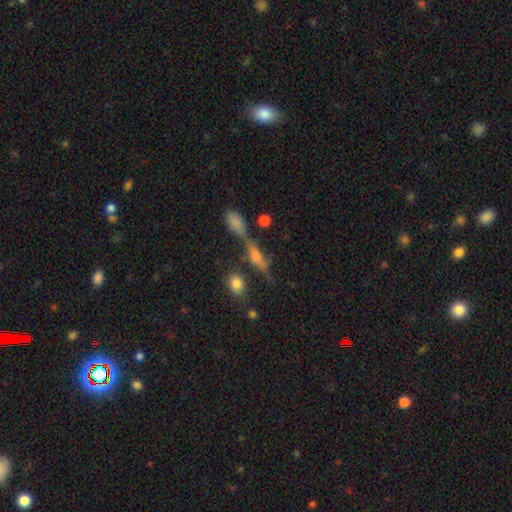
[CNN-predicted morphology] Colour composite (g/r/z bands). It shows a featured or disk galaxy (54%) viewed edge-on (82%). Merging: none (57%).